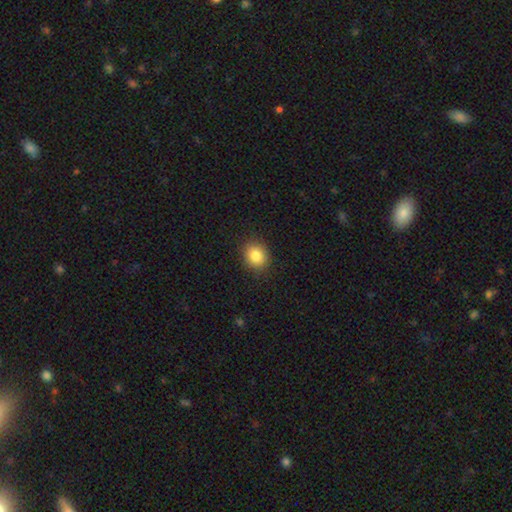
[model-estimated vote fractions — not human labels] Overall: smooth (85%). How rounded: round (69%; in between 30%). Merging: none (89%).